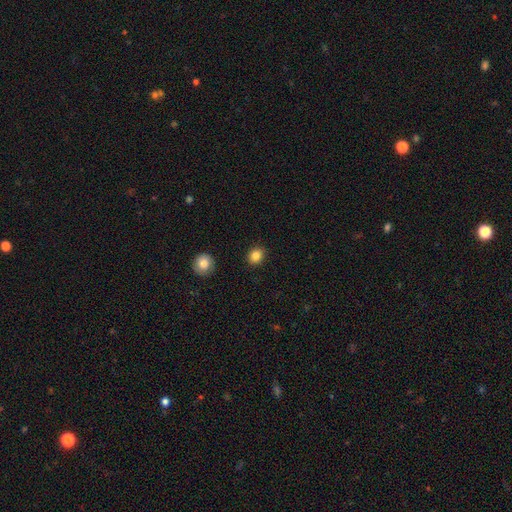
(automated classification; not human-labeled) Smooth or featured: smooth — 84% (star or artifact — 10%)
How rounded: round — 71% (in between — 28%)
Merging: none — 90% (minor disturbance — 7%)